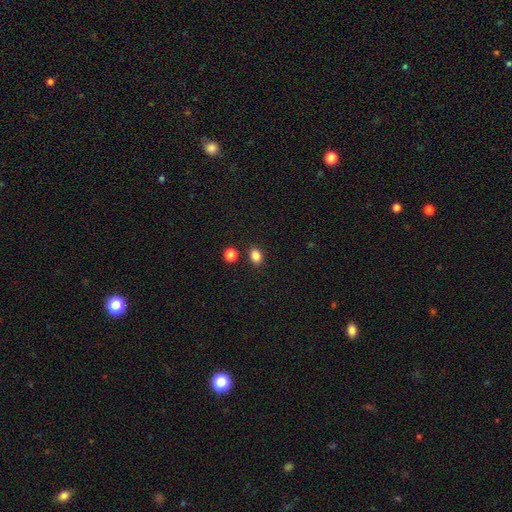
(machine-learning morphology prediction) Overall: smooth (85%). How rounded: in between (62%; round 37%). Merging: none (84%).